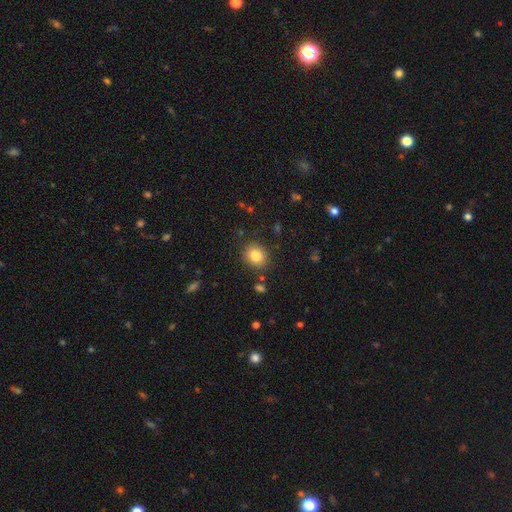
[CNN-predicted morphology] smooth_or_featured: smooth (p=0.83) [alt: star or artifact p=0.10]
how_rounded: round (p=0.72) [alt: in between p=0.27]
merging: none (p=0.86) [alt: minor disturbance p=0.09]